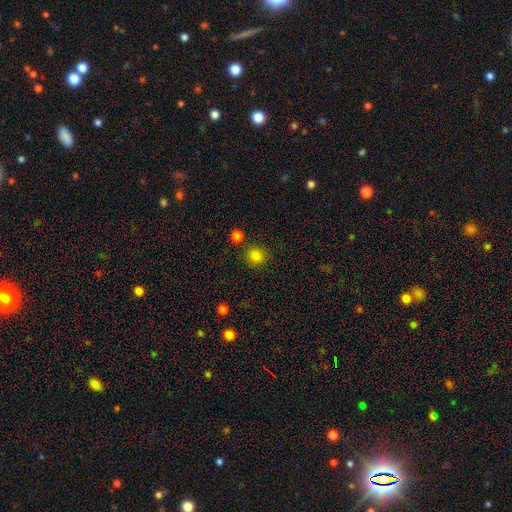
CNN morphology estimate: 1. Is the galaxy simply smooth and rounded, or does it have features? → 84% smooth, 13% star or artifact, 4% featured or disk.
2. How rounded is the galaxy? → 90% round, 9% in between, 1% cigar-shaped.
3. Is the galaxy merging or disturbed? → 82% none, 8% minor disturbance, 7% merger, 3% major disturbance.